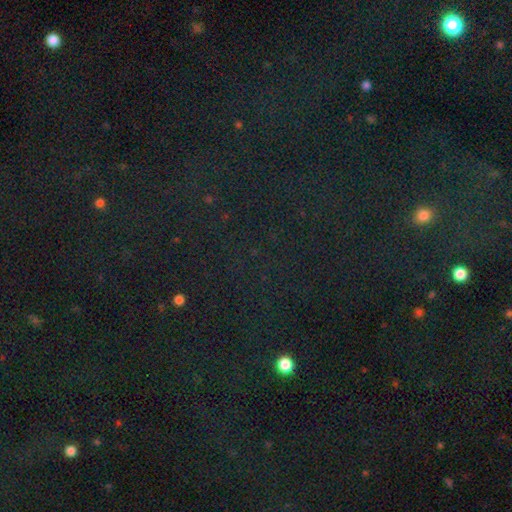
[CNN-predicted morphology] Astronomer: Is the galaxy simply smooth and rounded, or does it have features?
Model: star or artifact — 79%.